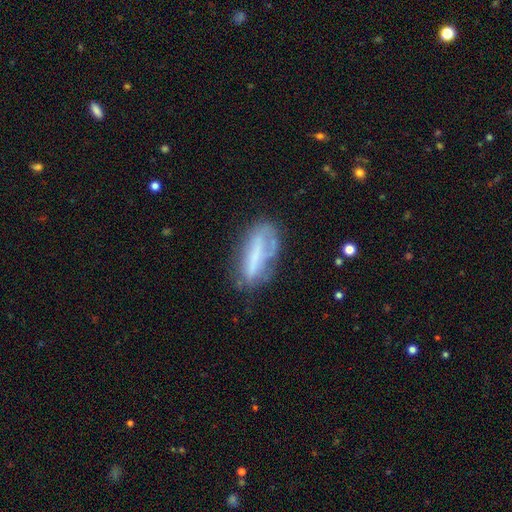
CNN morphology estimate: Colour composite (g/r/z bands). It shows a smooth galaxy with no disk features (47%). Merging: none (50%).